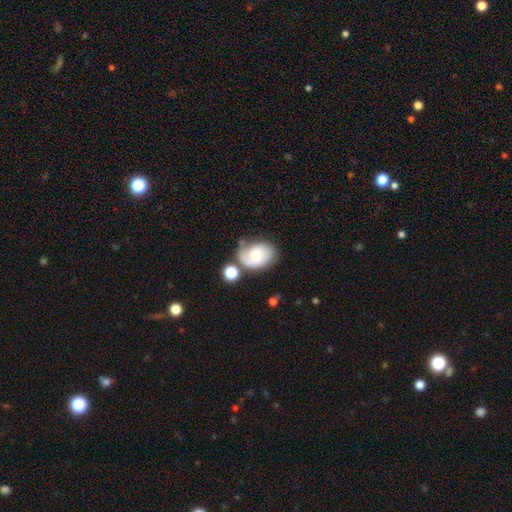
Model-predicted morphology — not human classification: Smooth or featured? Predicted: featured or disk (p=0.51). Edge-on disk? Predicted: no (p=0.96). Merging? Predicted: none (p=0.49).